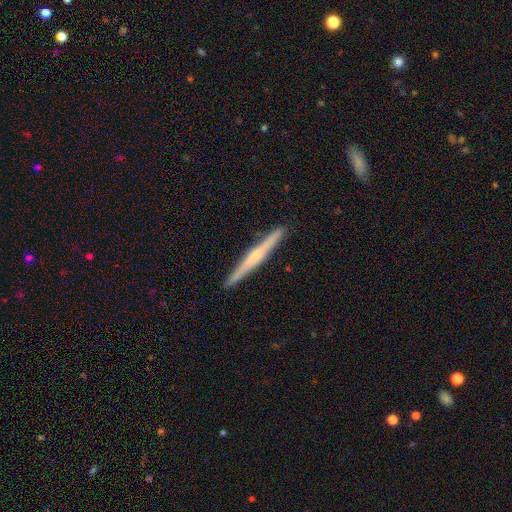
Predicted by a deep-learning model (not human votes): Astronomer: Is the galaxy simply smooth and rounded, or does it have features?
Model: featured or disk — 62%.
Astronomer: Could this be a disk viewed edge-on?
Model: yes — 98%.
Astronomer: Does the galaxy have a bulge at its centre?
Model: rounded — 52% (runner-up: none, 34%).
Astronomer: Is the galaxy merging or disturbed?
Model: none — 92%.